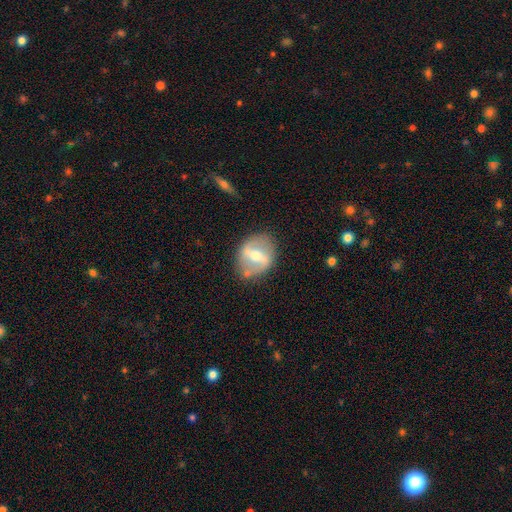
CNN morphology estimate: Overall: featured or disk (72%). Edge-on disk: no (92%). Bar: strong (64%; weak 27%). Spiral arms: yes (56%; no 44%). Bulge size: moderate (60%; small 32%). Merging: none (78%).